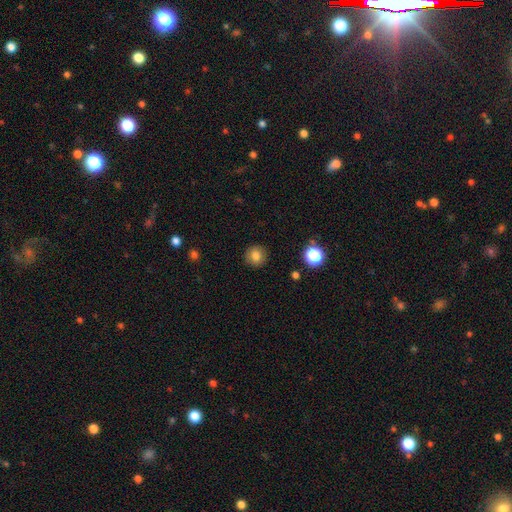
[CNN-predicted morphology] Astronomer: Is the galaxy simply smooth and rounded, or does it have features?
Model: smooth — 81%.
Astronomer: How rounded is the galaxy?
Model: round — 93%.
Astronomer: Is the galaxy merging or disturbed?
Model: none — 91%.